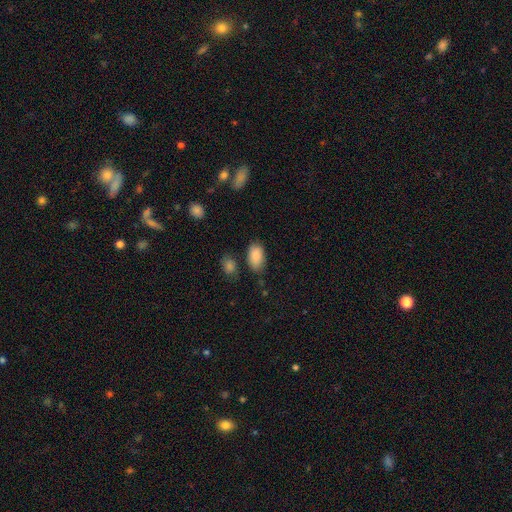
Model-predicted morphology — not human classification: type=smooth (88%); roundness=in between (93%); merging=none (72%).